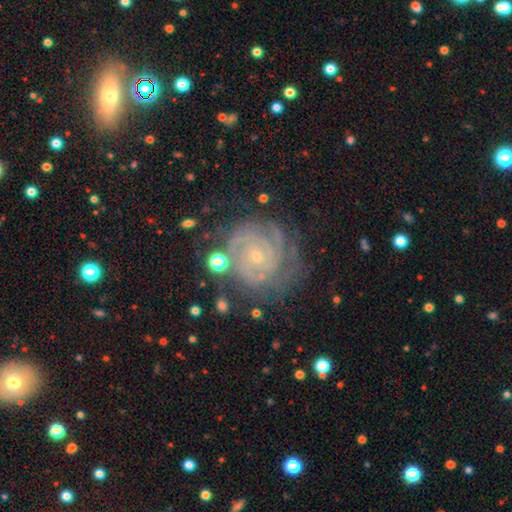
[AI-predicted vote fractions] smooth_or_featured: featured or disk (p=0.88) [alt: star or artifact p=0.07]
disk_edge_on: no (p=0.98) [alt: yes p=0.02]
bar: no (p=0.75) [alt: weak p=0.19]
has_spiral_arms: yes (p=0.98) [alt: no p=0.02]
spiral_winding: tight (p=0.81) [alt: medium p=0.16]
spiral_arm_count: 3 (p=0.29) [alt: 2 p=0.24]
bulge_size: small (p=0.83) [alt: moderate p=0.13]
merging: none (p=0.73) [alt: minor disturbance p=0.17]